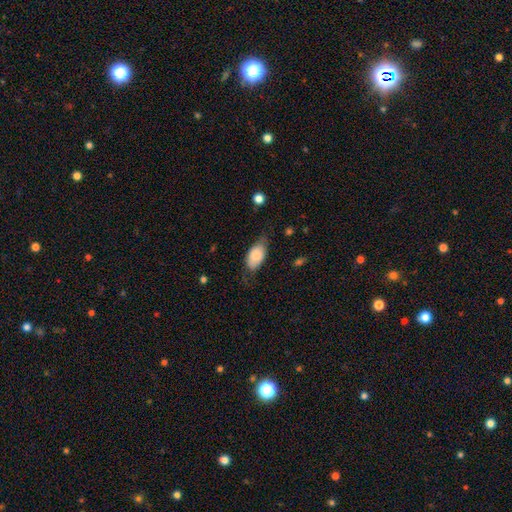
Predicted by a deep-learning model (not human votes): This is likely a smooth galaxy (78%). How rounded: clearly in between (92%). Merging: possibly none (57%).